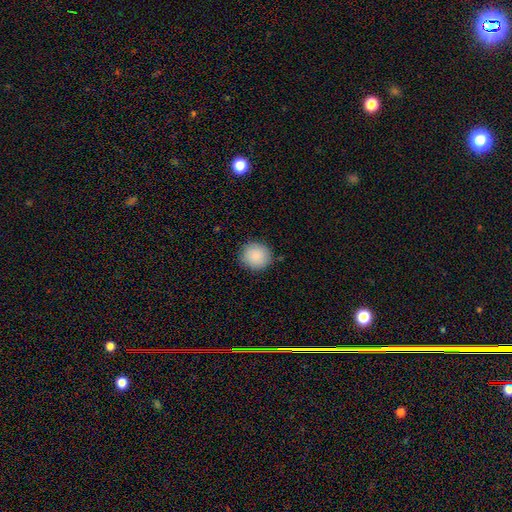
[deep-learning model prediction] smooth_or_featured: smooth (p=0.89) [alt: star or artifact p=0.08]
how_rounded: round (p=0.91) [alt: in between p=0.08]
merging: none (p=0.89) [alt: minor disturbance p=0.08]